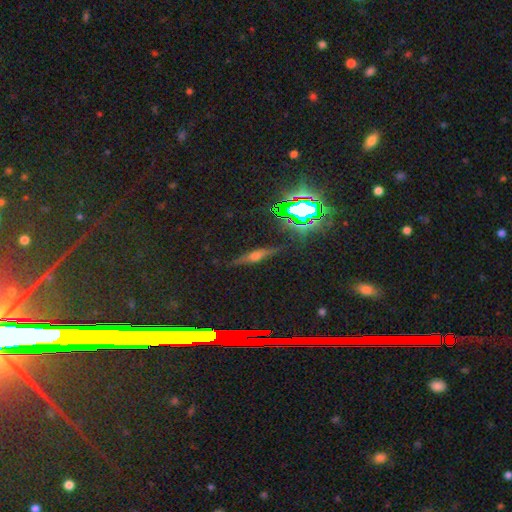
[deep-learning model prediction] Overall: featured or disk (49%; star or artifact 26%). Merging: none (86%).